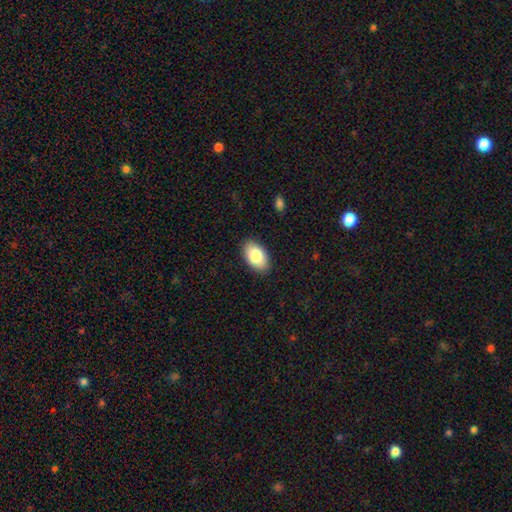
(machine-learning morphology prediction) The model was most divided on "smooth or featured": smooth: 84%, featured or disk: 10%, star or artifact: 6%. More confident: how rounded — in between (94%); merging — none (88%).